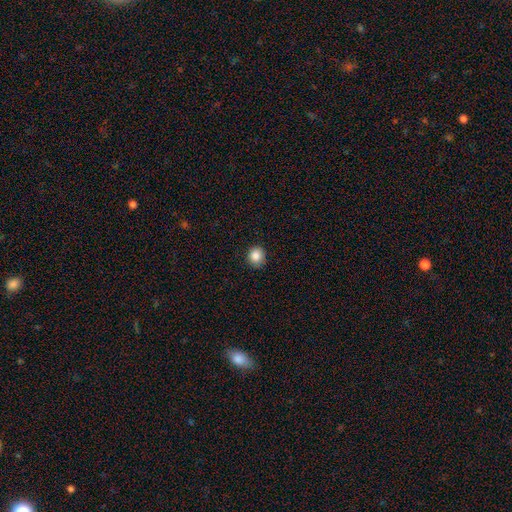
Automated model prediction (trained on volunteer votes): The model was most divided on "how rounded": round: 84%, in between: 16%, cigar-shaped: 1%. More confident: merging — none (87%); smooth or featured — smooth (86%).